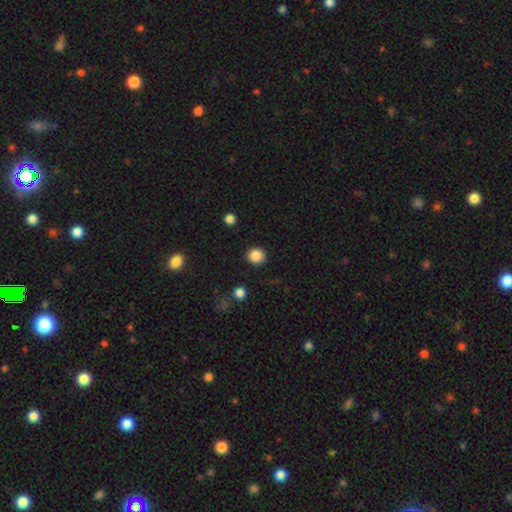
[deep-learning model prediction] Smooth or featured? smooth (86%)
How rounded? round (89%)
Merging? none (90%)